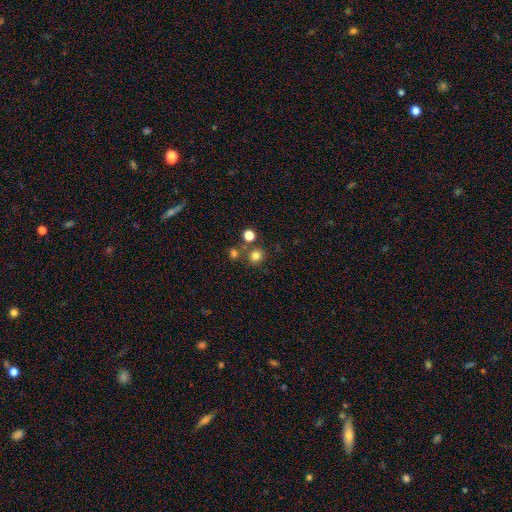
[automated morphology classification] The model was most divided on "merging": none: 73%, merger: 15%, minor disturbance: 8%, major disturbance: 3%. More confident: how rounded — round (87%); smooth or featured — smooth (78%).